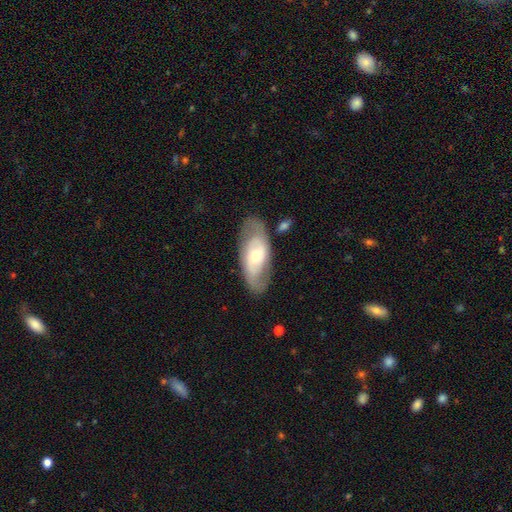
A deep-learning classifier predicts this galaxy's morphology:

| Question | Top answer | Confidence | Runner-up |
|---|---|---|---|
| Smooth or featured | featured or disk | 62% | smooth (32%) |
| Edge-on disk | no | 89% | yes (11%) |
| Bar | no | 61% | weak (28%) |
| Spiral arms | yes | 68% | no (32%) |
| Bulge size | moderate | 49% | small (43%) |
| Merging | none | 74% | minor disturbance (16%) |